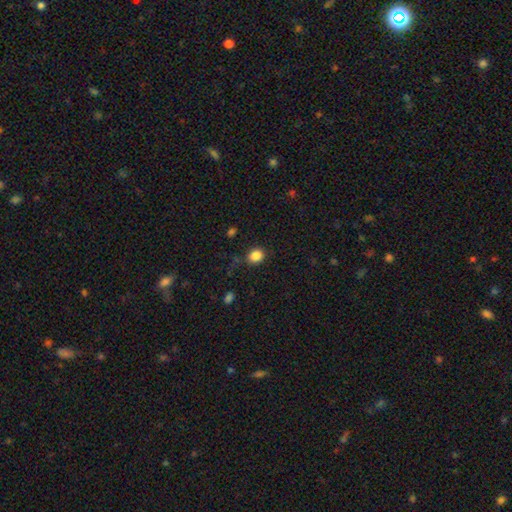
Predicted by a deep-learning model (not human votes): This is clearly a smooth galaxy (86%). How rounded: likely round (66%). Merging: clearly none (84%).